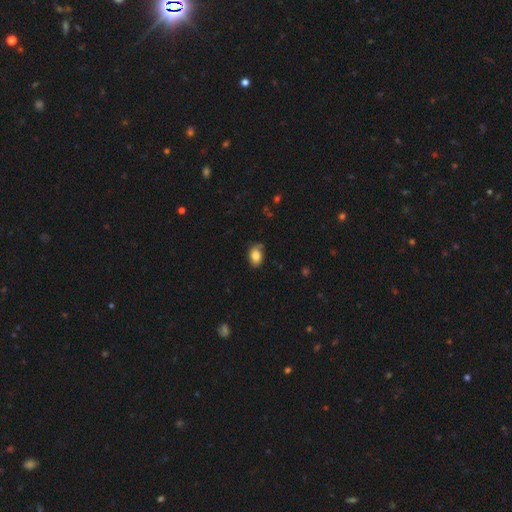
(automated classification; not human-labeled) Smooth or featured?
  - smooth: 78% *
  - featured or disk: 13%
  - star or artifact: 8%
How rounded?
  - in between: 82% *
  - round: 17%
  - cigar-shaped: 1%
Merging?
  - none: 67% *
  - minor disturbance: 25%
  - major disturbance: 6%
  - merger: 2%